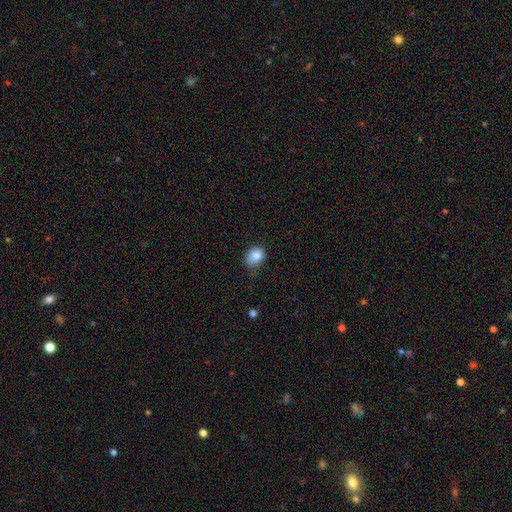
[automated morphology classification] smooth 85%, star or artifact 9%, featured or disk 6%. Down the decision tree: how rounded — round (57%); merging — none (60%).